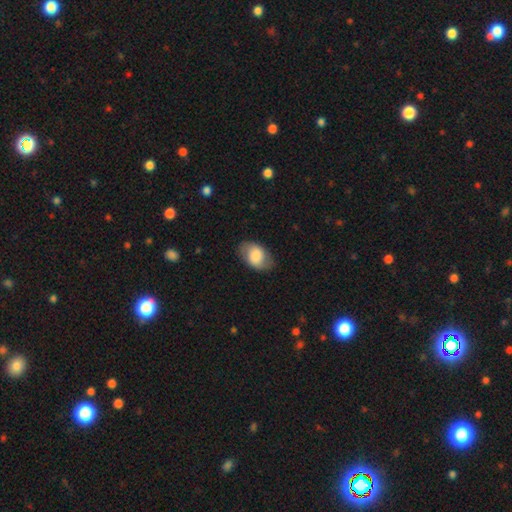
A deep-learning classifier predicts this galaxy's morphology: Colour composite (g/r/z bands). It shows a smooth galaxy with no disk features (74%) that is in between round and cigar-shaped (88%). Merging: none (79%).